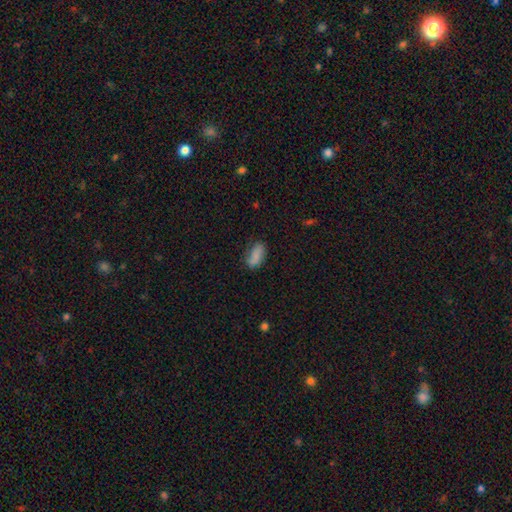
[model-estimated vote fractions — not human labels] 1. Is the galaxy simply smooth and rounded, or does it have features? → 80% smooth, 12% featured or disk, 8% star or artifact.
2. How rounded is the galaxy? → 88% in between, 9% cigar-shaped, 3% round.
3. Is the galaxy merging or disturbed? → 68% none, 23% minor disturbance, 6% major disturbance, 3% merger.